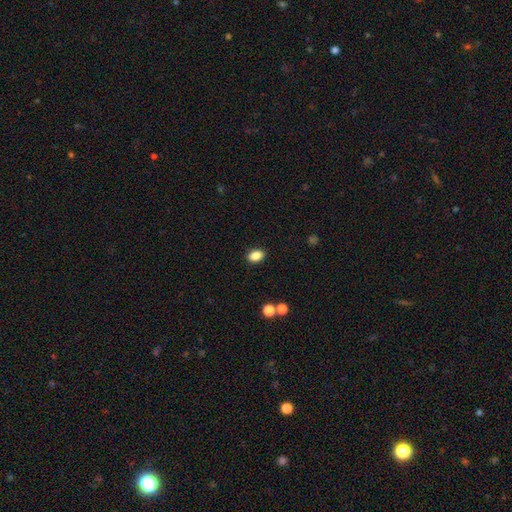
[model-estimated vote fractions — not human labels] Morphology: type=smooth (86%); roundness=in between (83%); merging=none (89%).